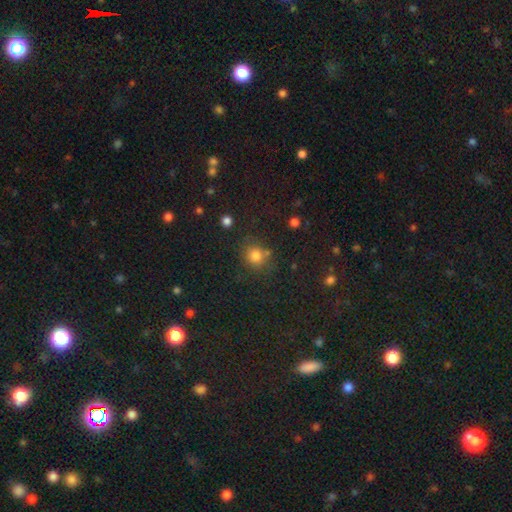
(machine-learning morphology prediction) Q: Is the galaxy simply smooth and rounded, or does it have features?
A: smooth — 77%.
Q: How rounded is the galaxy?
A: round — 84%.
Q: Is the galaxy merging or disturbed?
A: none — 72%.